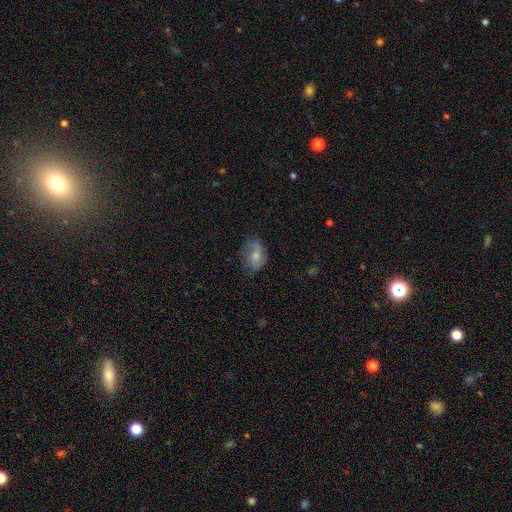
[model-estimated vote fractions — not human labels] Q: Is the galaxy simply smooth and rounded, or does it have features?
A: smooth — 56%.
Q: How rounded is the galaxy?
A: in between — 70%.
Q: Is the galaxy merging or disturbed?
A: none — 56%.